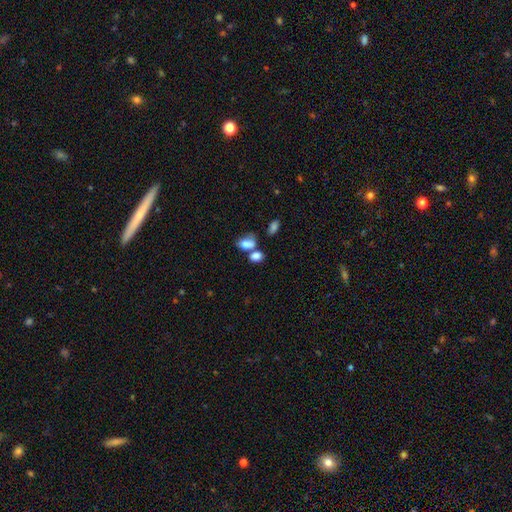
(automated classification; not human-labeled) Smooth or featured?
  - smooth: 81% *
  - star or artifact: 10%
  - featured or disk: 9%
How rounded?
  - in between: 75% *
  - round: 24%
  - cigar-shaped: 2%
Merging?
  - merger: 46% *
  - none: 36%
  - minor disturbance: 12%
  - major disturbance: 6%